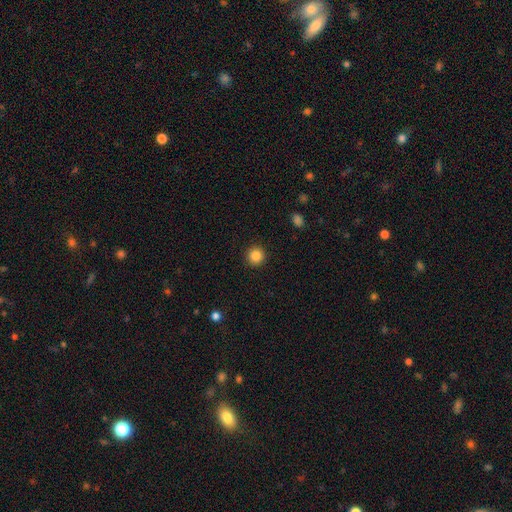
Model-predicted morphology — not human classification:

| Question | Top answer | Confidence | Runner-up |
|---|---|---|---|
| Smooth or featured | smooth | 86% | star or artifact (10%) |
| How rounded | round | 94% | in between (5%) |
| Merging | none | 92% | minor disturbance (5%) |